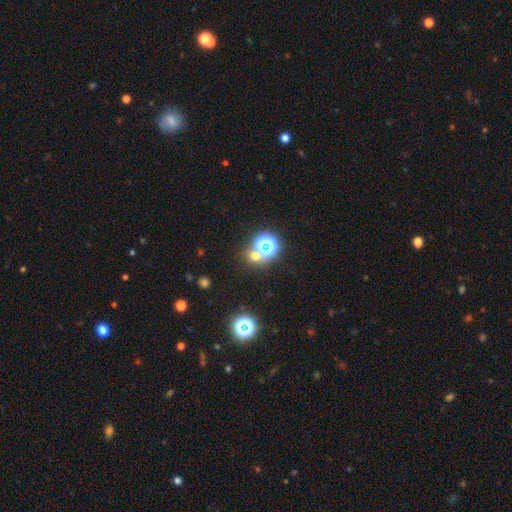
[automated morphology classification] The model was most divided on "smooth or featured": smooth: 47%, star or artifact: 44%, featured or disk: 9%. More confident: merging — none (66%).